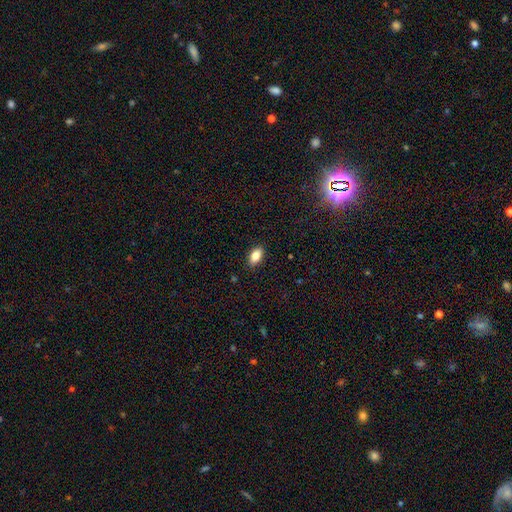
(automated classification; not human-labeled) A smooth galaxy with no disk features (83%) that is in between round and cigar-shaped (90%). Merging: none (88%).